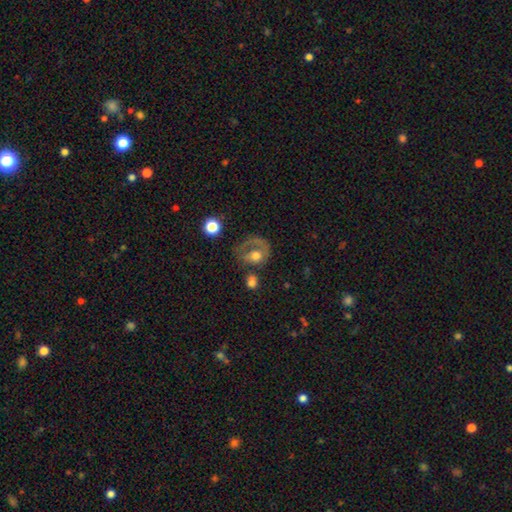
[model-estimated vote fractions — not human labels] This appears to be a smooth galaxy with no disk features (47%). Merging: major disturbance (35%).